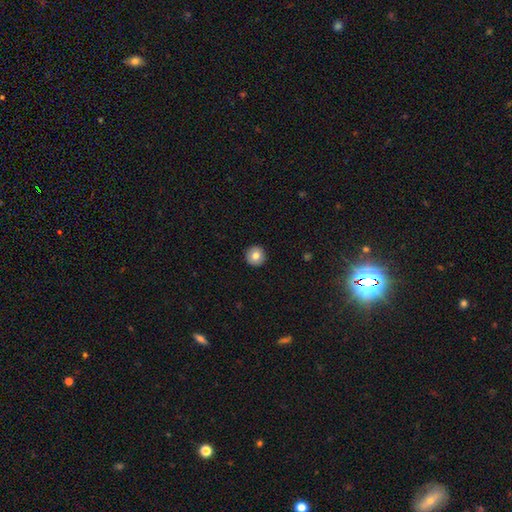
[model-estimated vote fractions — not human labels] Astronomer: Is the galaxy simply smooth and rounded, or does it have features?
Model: smooth — 80%.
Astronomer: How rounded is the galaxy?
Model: round — 96%.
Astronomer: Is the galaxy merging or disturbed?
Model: none — 93%.